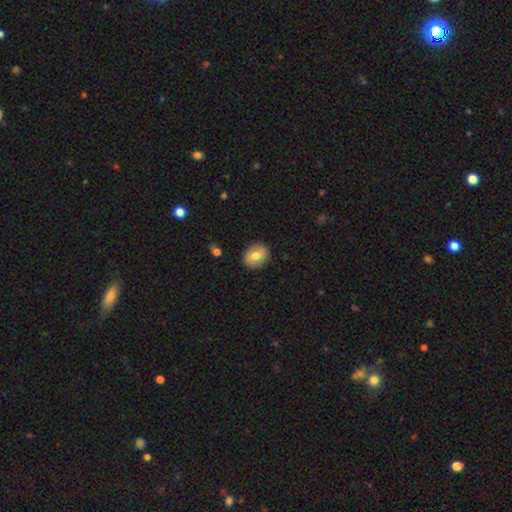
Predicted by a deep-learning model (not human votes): smooth-or-featured: smooth: 71% | featured or disk: 21% | star or artifact: 8%
  how-rounded: round: 57% | in between: 42% | cigar-shaped: 1%
  merging: none: 89% | minor disturbance: 8% | major disturbance: 2% | merger: 1%